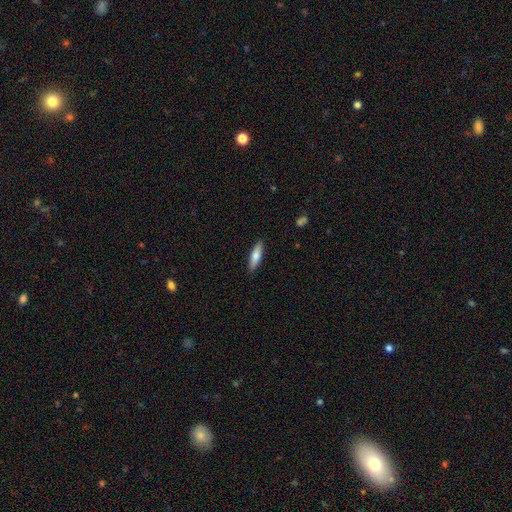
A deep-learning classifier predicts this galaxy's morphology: A smooth galaxy with no disk features (74%) that is cigar-shaped (66%). Merging: none (89%).